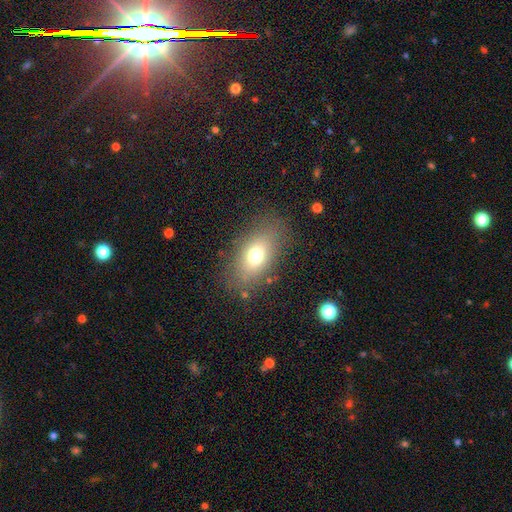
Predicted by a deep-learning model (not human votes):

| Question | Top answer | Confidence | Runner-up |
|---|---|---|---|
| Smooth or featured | smooth | 71% | featured or disk (17%) |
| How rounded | in between | 83% | round (13%) |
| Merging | none | 80% | minor disturbance (12%) |